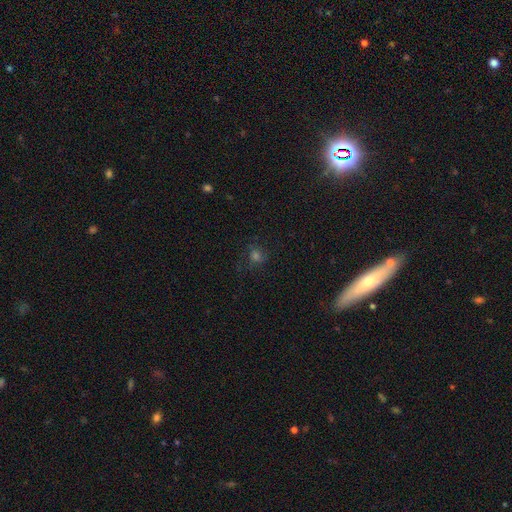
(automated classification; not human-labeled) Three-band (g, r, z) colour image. It shows a smooth galaxy with no disk features (54%) that is round (79%). Merging: none (74%).